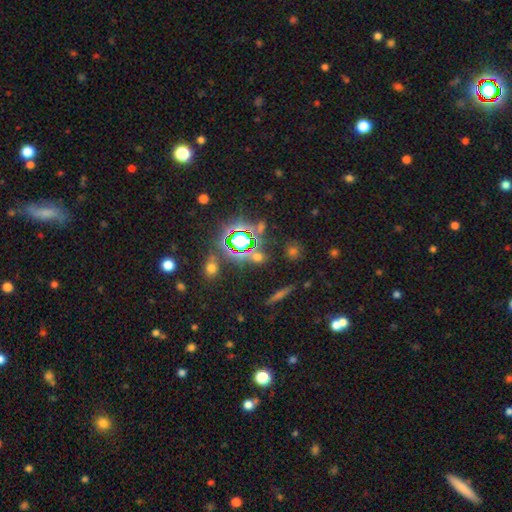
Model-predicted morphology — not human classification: type=star or artifact (65%).